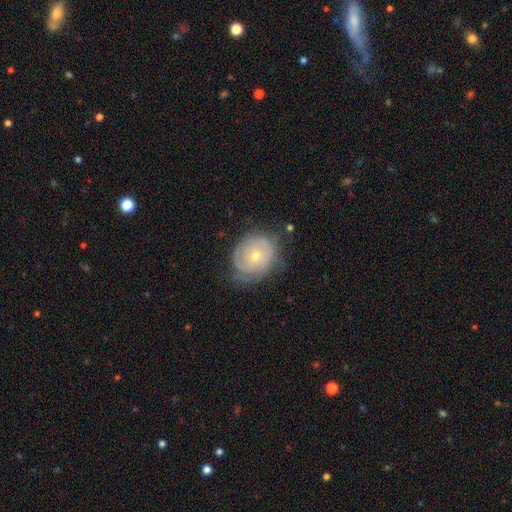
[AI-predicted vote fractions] smooth_or_featured: featured or disk (p=0.69) [alt: smooth p=0.23]
disk_edge_on: no (p=0.97) [alt: yes p=0.03]
bar: no (p=0.83) [alt: weak p=0.15]
has_spiral_arms: yes (p=0.84) [alt: no p=0.16]
spiral_winding: tight (p=0.73) [alt: medium p=0.20]
spiral_arm_count: can't tell (p=0.47) [alt: 2 p=0.21]
bulge_size: small (p=0.52) [alt: moderate p=0.45]
merging: none (p=0.67) [alt: minor disturbance p=0.23]